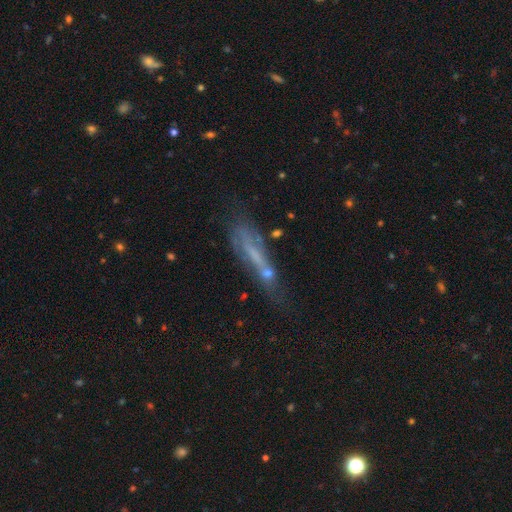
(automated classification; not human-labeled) Q: Smooth or featured?
A: featured or disk (49%); runner-up: smooth (36%)
Q: Merging?
A: none (41%); runner-up: minor disturbance (24%)